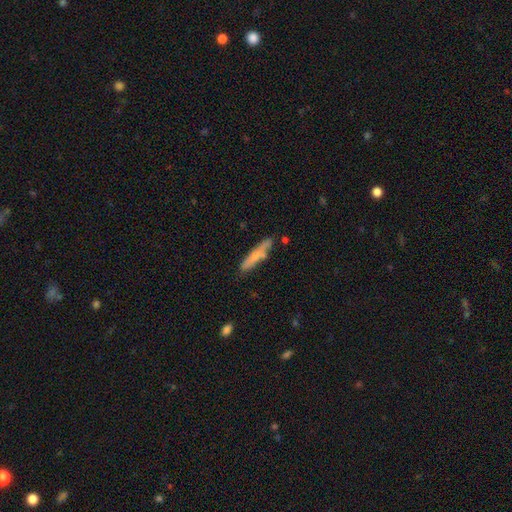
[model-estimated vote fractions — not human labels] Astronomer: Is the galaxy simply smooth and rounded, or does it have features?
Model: smooth — 58% (runner-up: featured or disk, 36%).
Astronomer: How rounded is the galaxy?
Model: cigar-shaped — 87%.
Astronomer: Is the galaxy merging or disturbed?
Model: none — 71%.